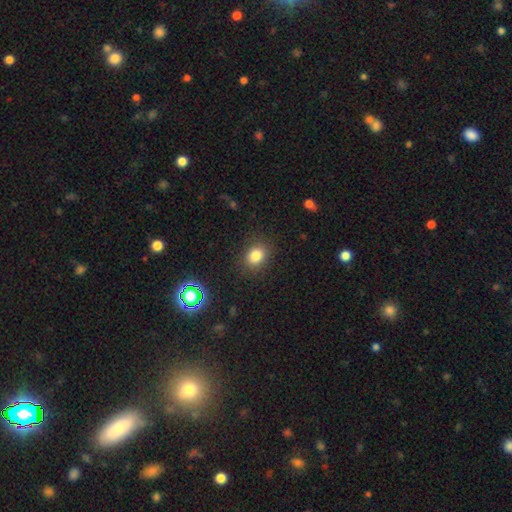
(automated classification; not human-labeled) Smooth or featured?
  - smooth: 81% *
  - star or artifact: 13%
  - featured or disk: 6%
How rounded?
  - in between: 55% *
  - round: 44%
  - cigar-shaped: 1%
Merging?
  - none: 86% *
  - minor disturbance: 10%
  - major disturbance: 3%
  - merger: 1%